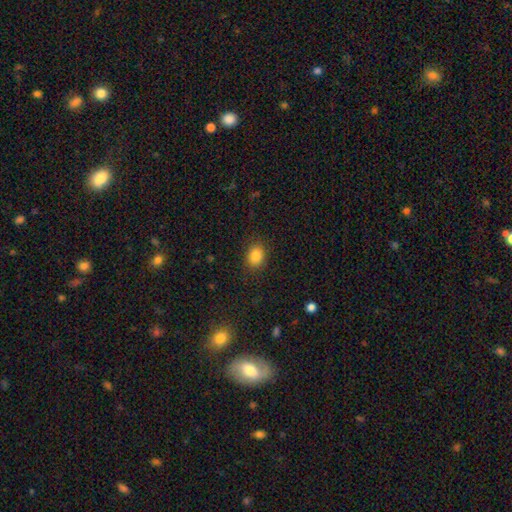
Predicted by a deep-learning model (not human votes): Overall: smooth (85%). How rounded: in between (53%; round 46%). Merging: none (86%).